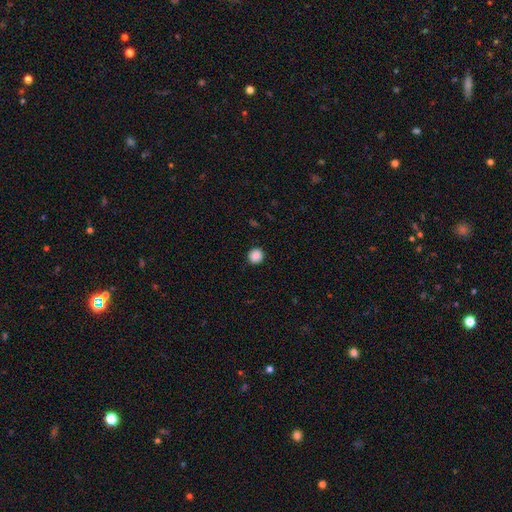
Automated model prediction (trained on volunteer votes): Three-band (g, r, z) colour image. It shows a smooth galaxy with no disk features (88%) that is round (93%). Merging: none (91%).